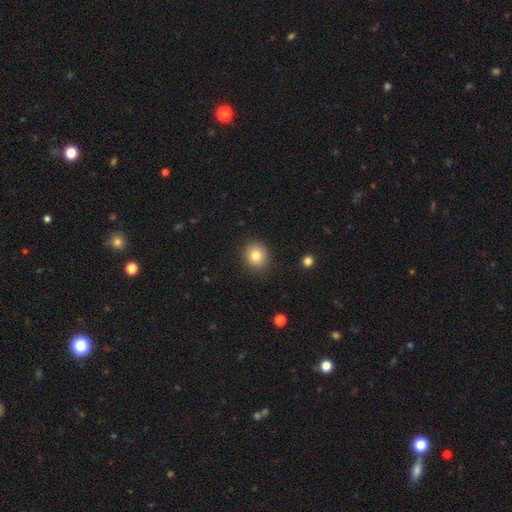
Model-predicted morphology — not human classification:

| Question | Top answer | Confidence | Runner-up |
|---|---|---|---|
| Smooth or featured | smooth | 81% | star or artifact (10%) |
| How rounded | round | 87% | in between (12%) |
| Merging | none | 89% | minor disturbance (7%) |